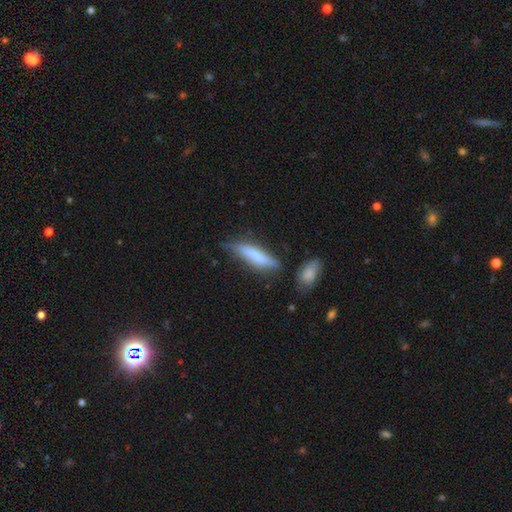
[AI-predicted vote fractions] Morphology: type=smooth (69%); roundness=cigar-shaped (77%); merging=none (59%).